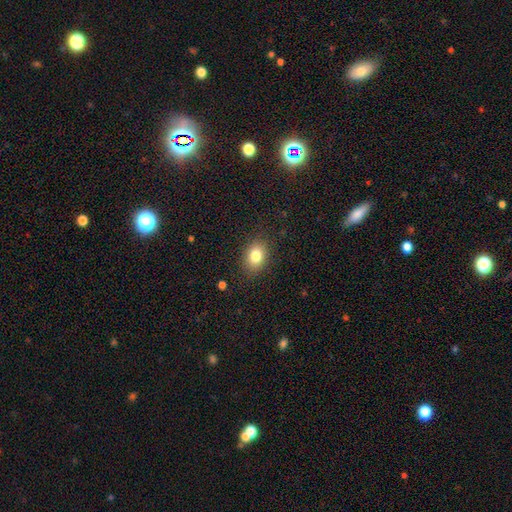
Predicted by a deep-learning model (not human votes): Morphology: type=smooth (81%); roundness=in between (69%); merging=none (86%).